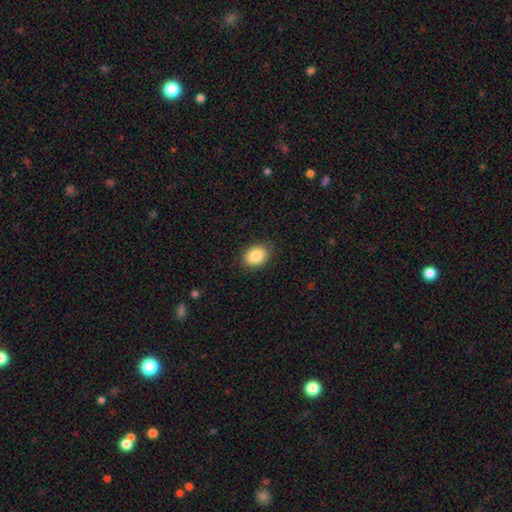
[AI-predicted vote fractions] Smooth or featured? smooth (87%)
How rounded? in between (68%)
Merging? none (86%)